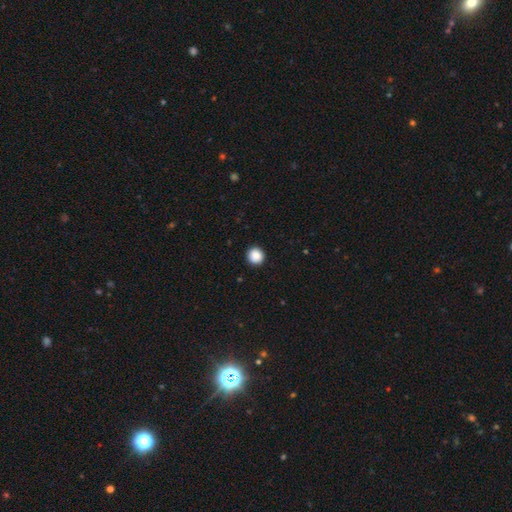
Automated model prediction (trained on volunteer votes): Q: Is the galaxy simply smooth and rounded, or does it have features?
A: smooth — 88%.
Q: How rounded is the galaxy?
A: round — 94%.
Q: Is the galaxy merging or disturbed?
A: none — 93%.